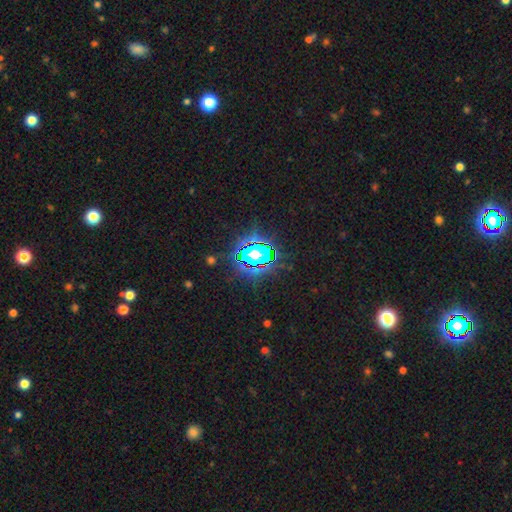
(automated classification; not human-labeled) Smooth or featured? star or artifact (66%)